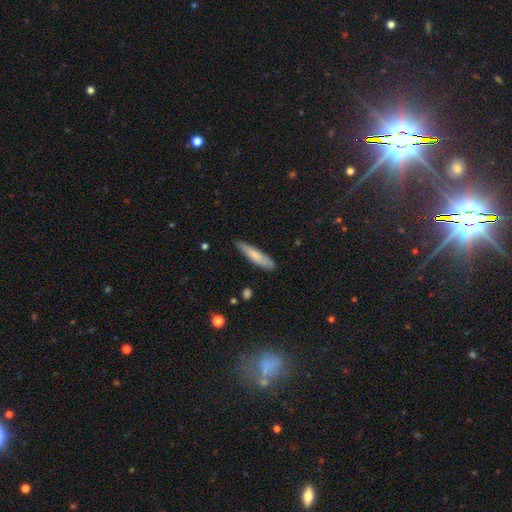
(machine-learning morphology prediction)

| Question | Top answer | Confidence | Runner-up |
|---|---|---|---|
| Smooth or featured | smooth | 74% | featured or disk (20%) |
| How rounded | cigar-shaped | 83% | in between (16%) |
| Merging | none | 72% | minor disturbance (23%) |